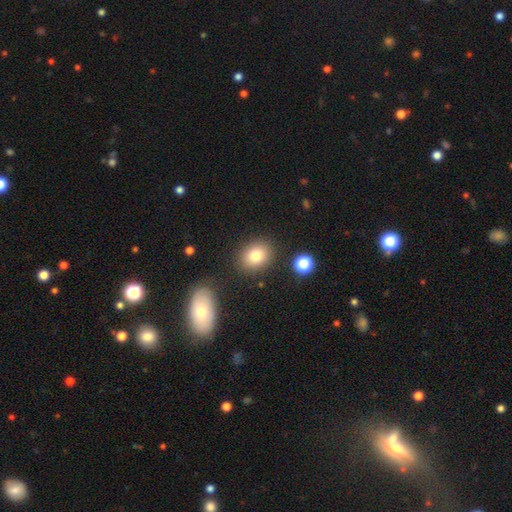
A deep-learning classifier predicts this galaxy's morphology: Smooth or featured? smooth (80%)
How rounded? round (56%)
Merging? none (84%)